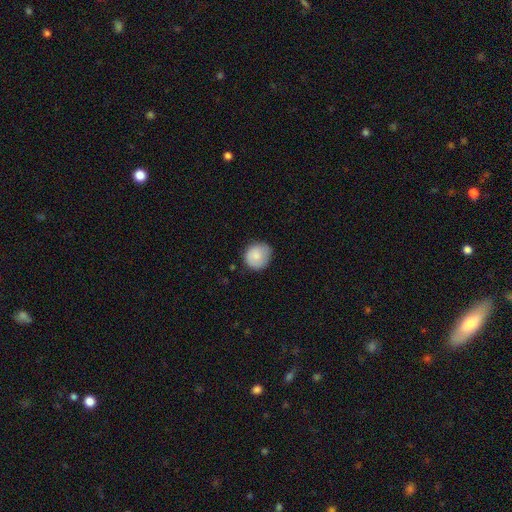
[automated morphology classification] Smooth or featured: smooth — 82% (featured or disk — 11%)
How rounded: round — 85% (in between — 14%)
Merging: none — 74% (minor disturbance — 21%)